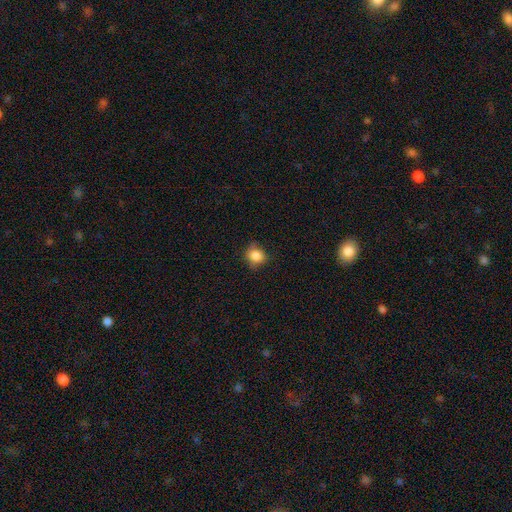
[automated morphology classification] The model was most divided on "merging": none: 72%, minor disturbance: 23%, major disturbance: 5%, merger: 1%. More confident: smooth or featured — smooth (85%); how rounded — round (75%).